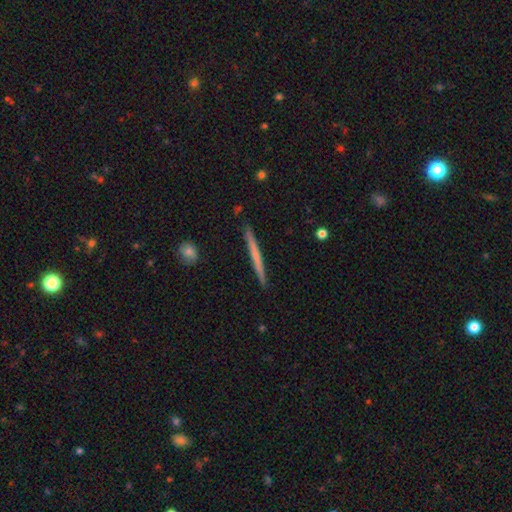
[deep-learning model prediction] This appears to be a smooth galaxy with no disk features (52%) that is cigar-shaped (97%). Merging: none (92%).